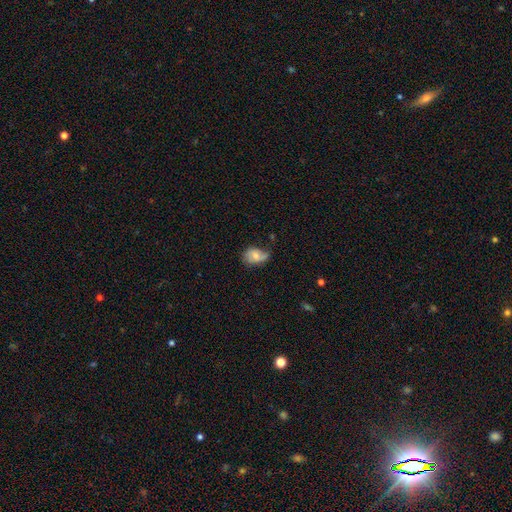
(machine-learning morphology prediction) A smooth galaxy with no disk features (54%) that is in between round and cigar-shaped (75%).

Vote fractions:
- Smooth or featured? smooth: 54% / featured or disk: 37% / star or artifact: 8%
- How rounded? in between: 75% / round: 24% / cigar-shaped: 1%
- Merging? none: 42% / minor disturbance: 40% / major disturbance: 15% / merger: 3%